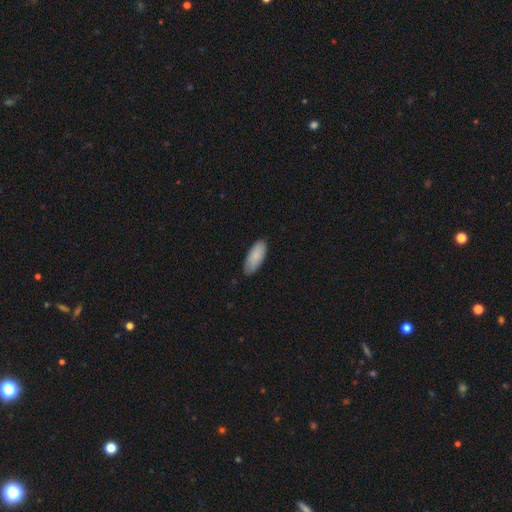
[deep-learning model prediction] smooth 88%, featured or disk 7%, star or artifact 5%. Down the decision tree: how rounded — in between (80%); merging — none (83%).